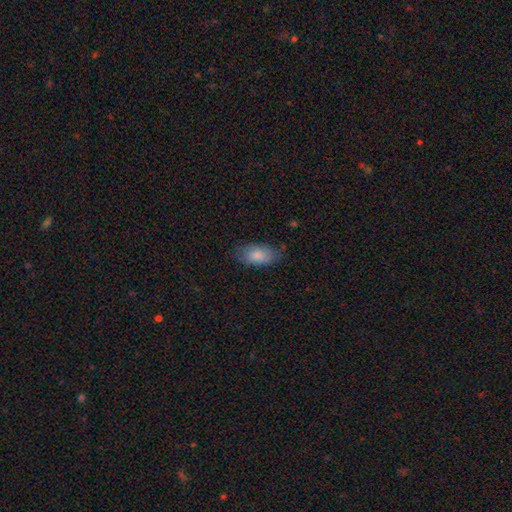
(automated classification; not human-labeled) This appears to be a smooth galaxy with no disk features (81%) that is in between round and cigar-shaped (91%). Merging: none (78%).